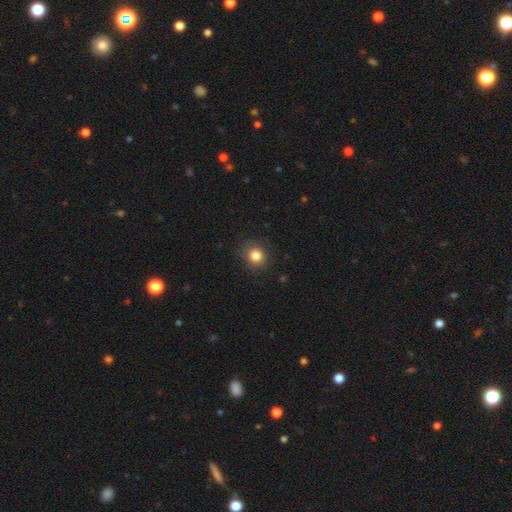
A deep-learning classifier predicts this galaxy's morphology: smooth-or-featured: smooth: 83% | star or artifact: 12% | featured or disk: 5%
  how-rounded: round: 85% | in between: 14% | cigar-shaped: 1%
  merging: none: 88% | minor disturbance: 8% | major disturbance: 3% | merger: 1%